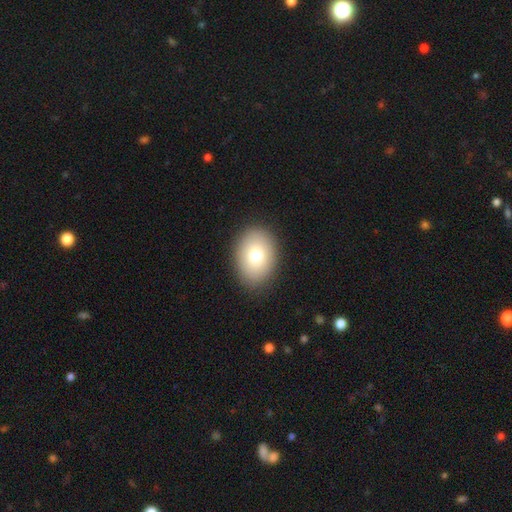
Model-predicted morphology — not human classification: A smooth galaxy with no disk features (78%) that is in between round and cigar-shaped (72%). Merging: none (88%).